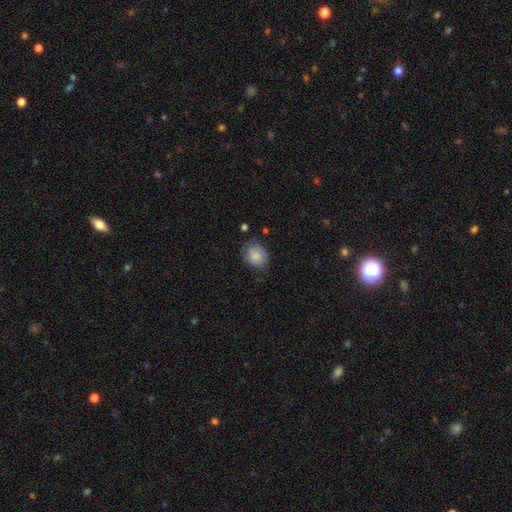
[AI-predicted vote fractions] A smooth galaxy with no disk features (80%) that is round (60%).

Vote fractions:
- Smooth or featured? smooth: 80% / featured or disk: 13% / star or artifact: 7%
- How rounded? round: 60% / in between: 39% / cigar-shaped: 1%
- Merging? none: 67% / minor disturbance: 25% / major disturbance: 6% / merger: 2%